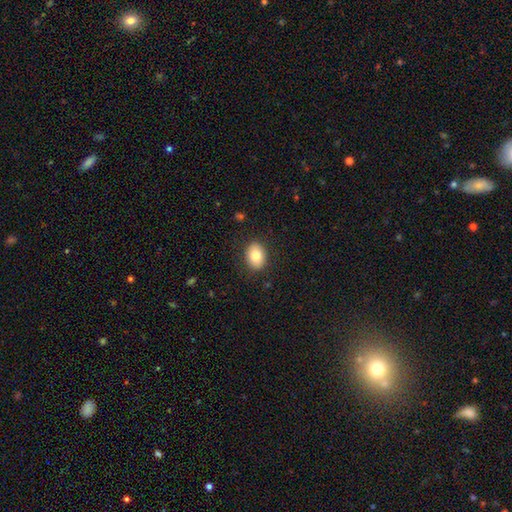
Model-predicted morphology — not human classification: Smooth or featured?
  - smooth: 81% *
  - featured or disk: 11%
  - star or artifact: 8%
How rounded?
  - in between: 68% *
  - round: 31%
  - cigar-shaped: 1%
Merging?
  - none: 88% *
  - minor disturbance: 9%
  - major disturbance: 2%
  - merger: 1%